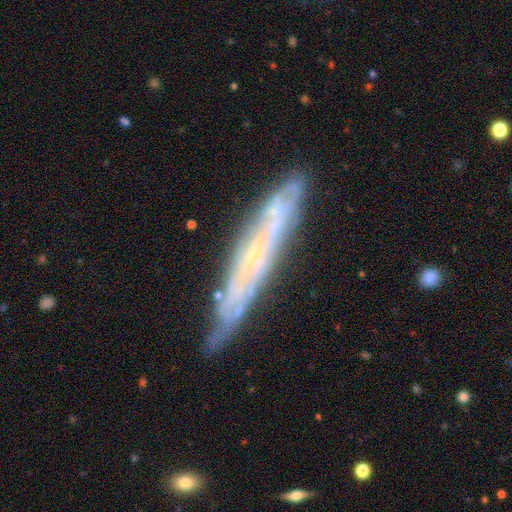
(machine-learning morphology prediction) Q: Smooth or featured?
A: featured or disk (76%); runner-up: smooth (18%)
Q: Edge-on disk?
A: yes (56%); runner-up: no (44%)
Q: Merging?
A: none (77%); runner-up: minor disturbance (17%)